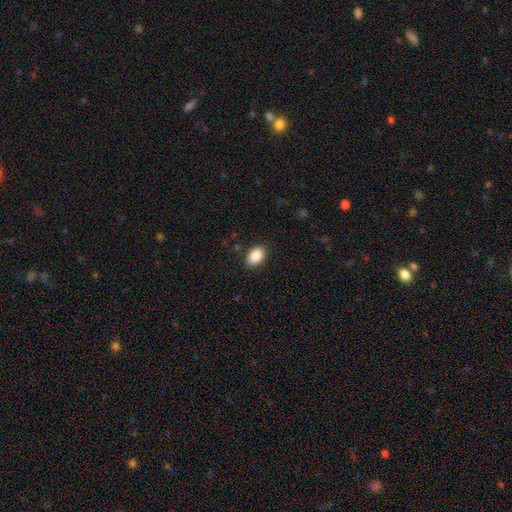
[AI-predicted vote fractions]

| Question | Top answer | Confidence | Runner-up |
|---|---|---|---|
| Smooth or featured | smooth | 89% | star or artifact (7%) |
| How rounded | in between | 86% | round (13%) |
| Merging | none | 88% | minor disturbance (8%) |